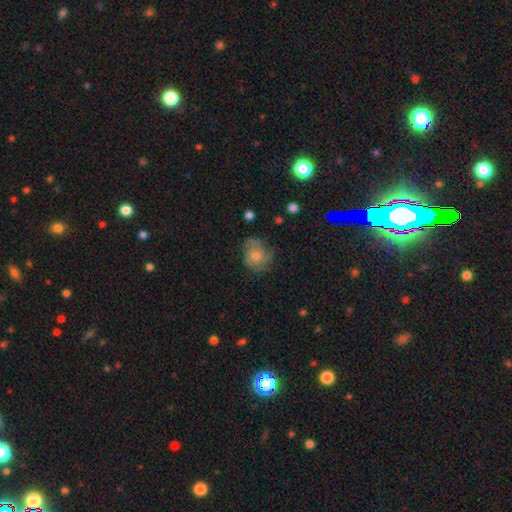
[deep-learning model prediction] smooth_or_featured: featured or disk (p=0.49) [alt: smooth p=0.35]
merging: none (p=0.66) [alt: minor disturbance p=0.22]